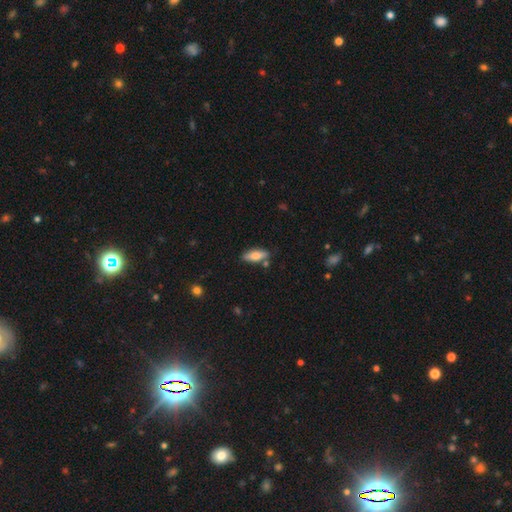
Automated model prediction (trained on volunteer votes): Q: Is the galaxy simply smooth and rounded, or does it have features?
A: smooth — 75%.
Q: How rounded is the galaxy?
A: in between — 71%.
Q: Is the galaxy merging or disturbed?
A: none — 79%.